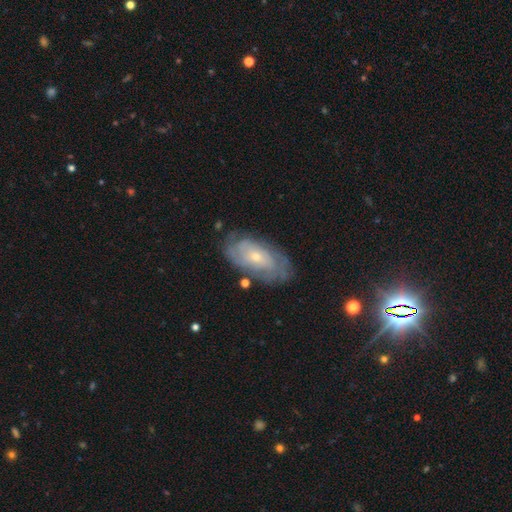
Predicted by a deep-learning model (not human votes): smooth-or-featured: featured or disk: 65% | smooth: 21% | star or artifact: 14%
  disk-edge-on: no: 90% | yes: 10%
    bar: no: 75% | weak: 21% | strong: 5%
    has-spiral-arms: yes: 82% | no: 18%
    bulge-size: small: 68% | moderate: 28% | none: 2% | large: 1% | dominant: 1%
  merging: none: 79% | minor disturbance: 15% | major disturbance: 4% | merger: 2%